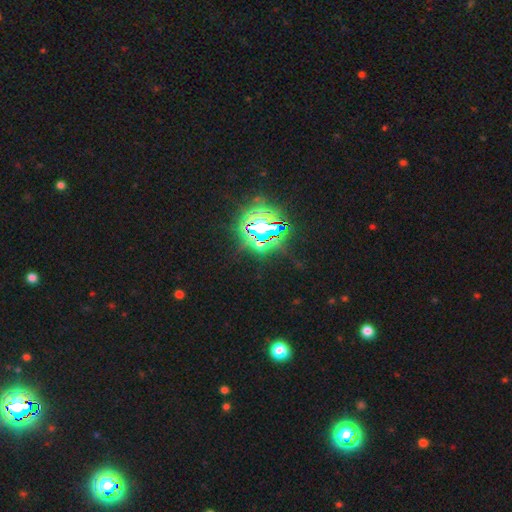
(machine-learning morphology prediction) A star or artifact, not a galaxy (85%).